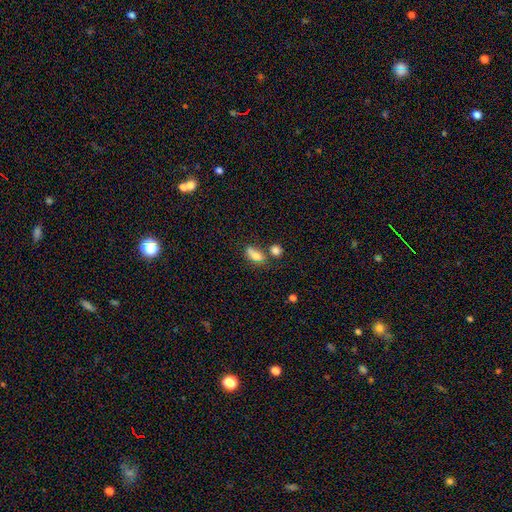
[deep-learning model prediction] Overall: smooth (73%). How rounded: in between (74%). Merging: none (38%; merger 29%).